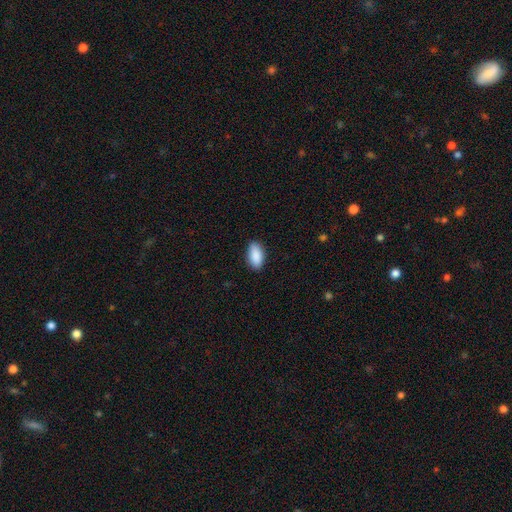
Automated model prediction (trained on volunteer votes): Q: Smooth or featured?
A: smooth (90%); runner-up: star or artifact (6%)
Q: How rounded?
A: in between (92%); runner-up: cigar-shaped (5%)
Q: Merging?
A: none (87%); runner-up: minor disturbance (10%)